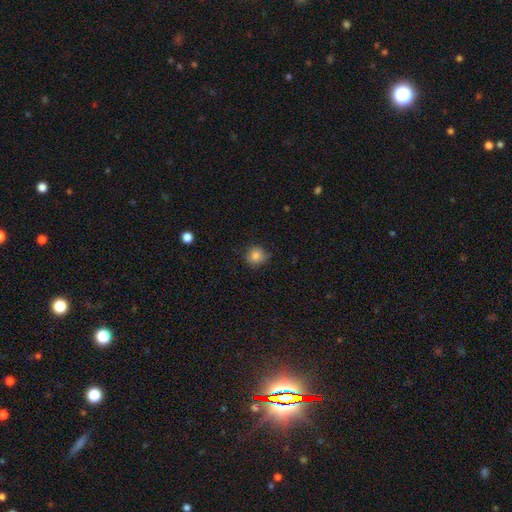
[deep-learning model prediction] Morphology: type=smooth (84%); roundness=round (88%); merging=none (78%).